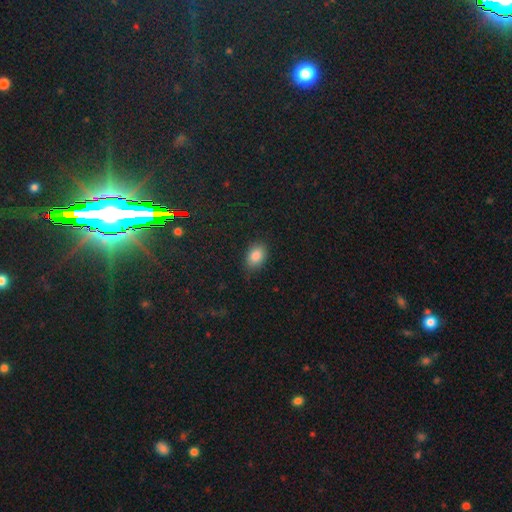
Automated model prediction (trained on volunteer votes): Overall: smooth (85%). How rounded: in between (82%). Merging: none (82%).